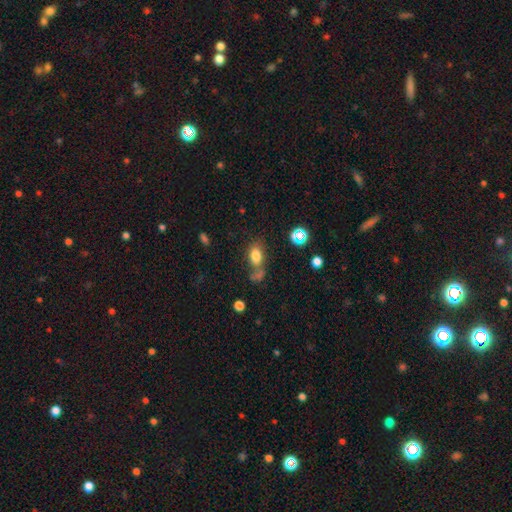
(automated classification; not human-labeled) Morphology: type=smooth (77%); roundness=in between (77%); merging=none (52%).